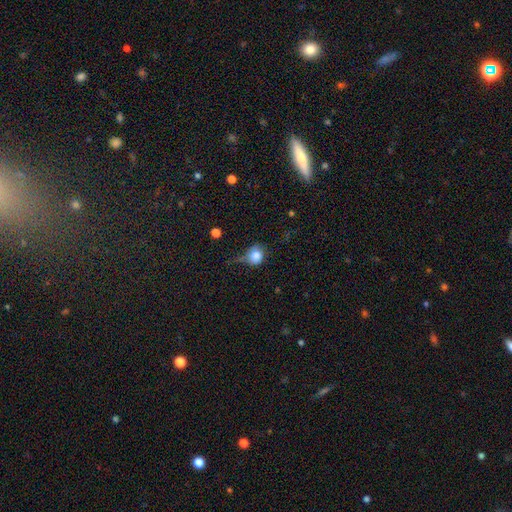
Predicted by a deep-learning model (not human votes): This appears to be a smooth galaxy with no disk features (82%) that is round (76%). Merging: none (42%).